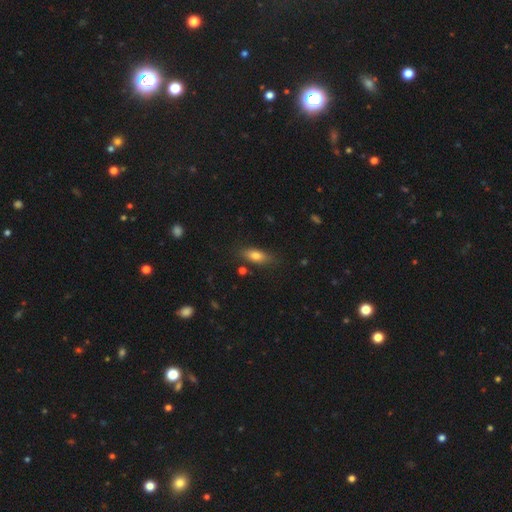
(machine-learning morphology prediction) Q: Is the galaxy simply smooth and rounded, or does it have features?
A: smooth — 77%.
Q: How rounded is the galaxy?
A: in between — 74%.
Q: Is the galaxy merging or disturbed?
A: none — 79%.